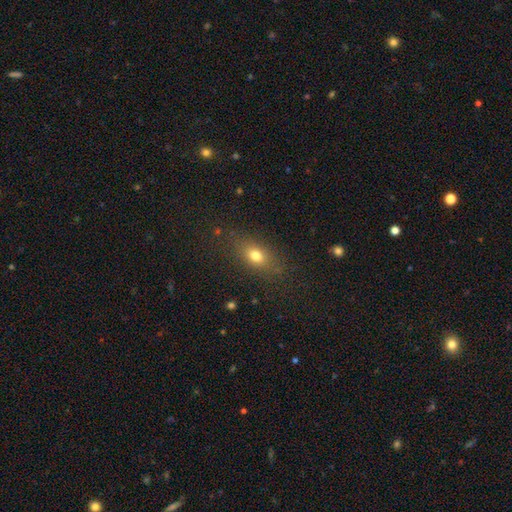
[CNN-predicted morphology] This is likely a smooth galaxy (74%). How rounded: likely in between (72%). Merging: clearly none (81%).